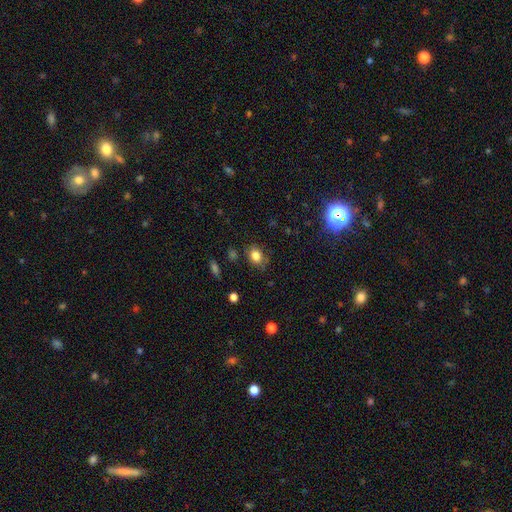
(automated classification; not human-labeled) A smooth galaxy with no disk features (80%) that is in between round and cigar-shaped (60%).

Vote fractions:
- Smooth or featured? smooth: 80% / star or artifact: 12% / featured or disk: 8%
- How rounded? in between: 60% / round: 39% / cigar-shaped: 1%
- Merging? none: 74% / minor disturbance: 18% / major disturbance: 5% / merger: 3%